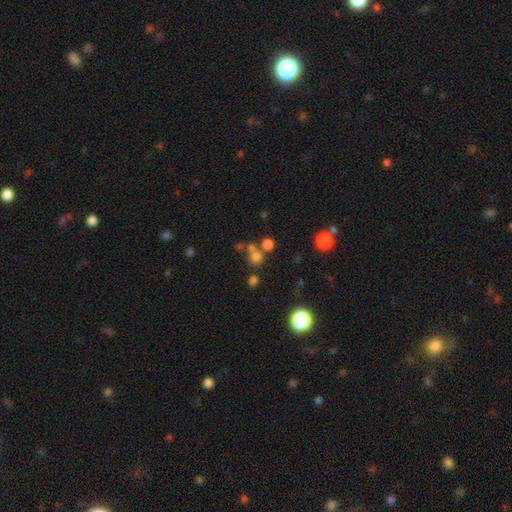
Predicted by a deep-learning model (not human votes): Smooth or featured?
  - smooth: 67% *
  - star or artifact: 23%
  - featured or disk: 9%
How rounded?
  - round: 86% *
  - in between: 13%
  - cigar-shaped: 1%
Merging?
  - none: 60% *
  - merger: 28%
  - minor disturbance: 8%
  - major disturbance: 4%